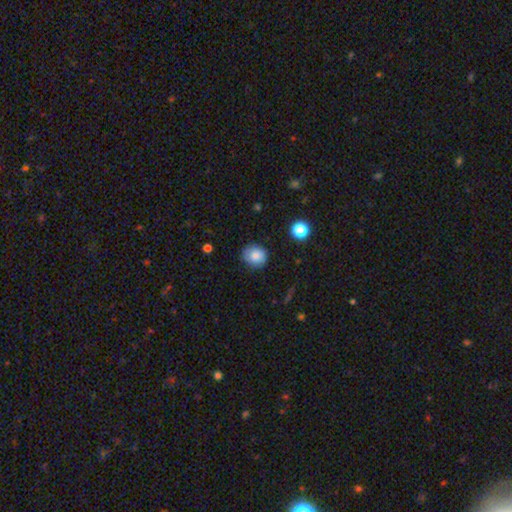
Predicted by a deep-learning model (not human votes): Overall: smooth (80%). How rounded: round (82%). Merging: none (81%).